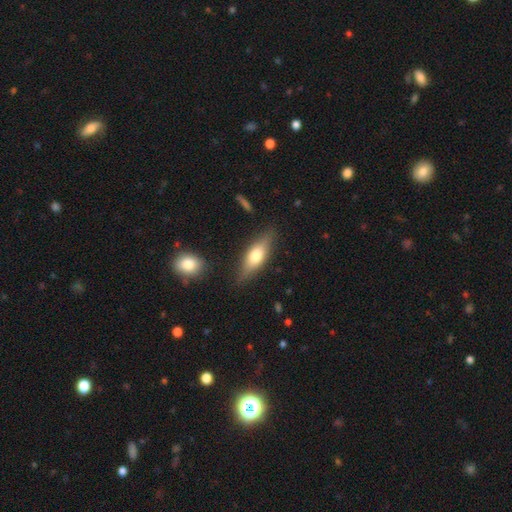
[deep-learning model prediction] Smooth or featured?
  - smooth: 59% *
  - featured or disk: 34%
  - star or artifact: 6%
How rounded?
  - in between: 57% *
  - cigar-shaped: 40%
  - round: 3%
Merging?
  - none: 81% *
  - minor disturbance: 14%
  - major disturbance: 3%
  - merger: 2%